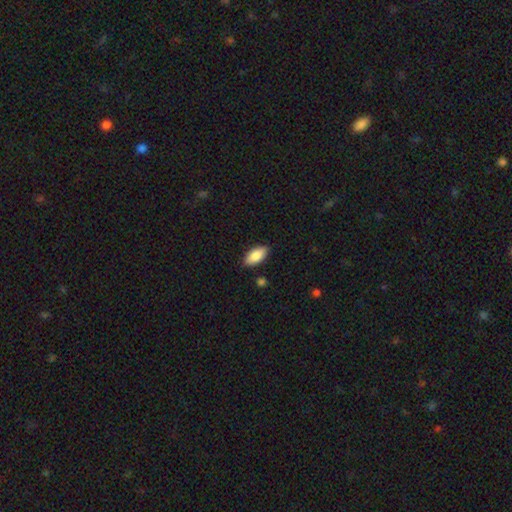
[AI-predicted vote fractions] Smooth or featured? smooth (86%)
How rounded? in between (90%)
Merging? none (86%)